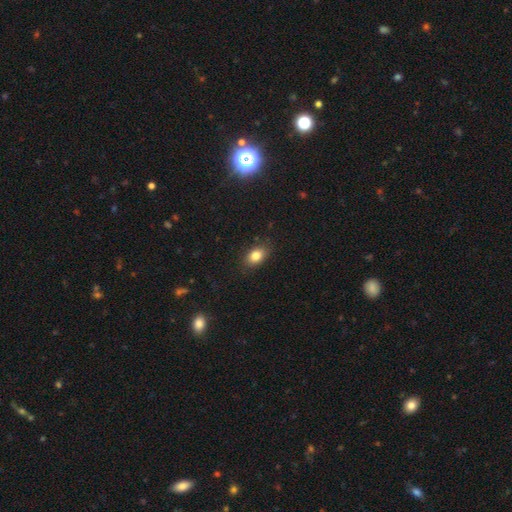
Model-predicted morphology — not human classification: smooth 83%, star or artifact 9%, featured or disk 8%. Down the decision tree: how rounded — in between (80%); merging — none (85%).